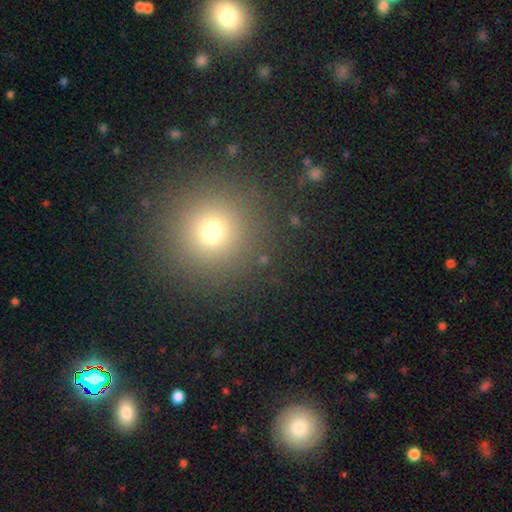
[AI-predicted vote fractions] Q: Smooth or featured?
A: smooth (66%); runner-up: star or artifact (25%)
Q: How rounded?
A: round (95%); runner-up: in between (4%)
Q: Merging?
A: none (91%); runner-up: minor disturbance (5%)